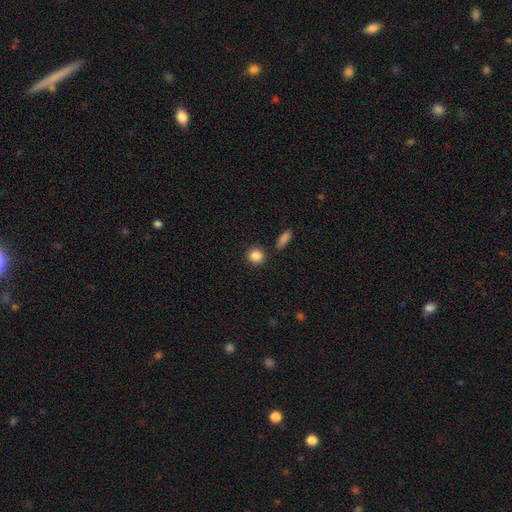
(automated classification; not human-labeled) A smooth galaxy with no disk features (86%) that is round (90%).

Vote fractions:
- Smooth or featured? smooth: 86% / star or artifact: 9% / featured or disk: 4%
- How rounded? round: 90% / in between: 9% / cigar-shaped: 1%
- Merging? none: 86% / minor disturbance: 7% / merger: 4% / major disturbance: 2%